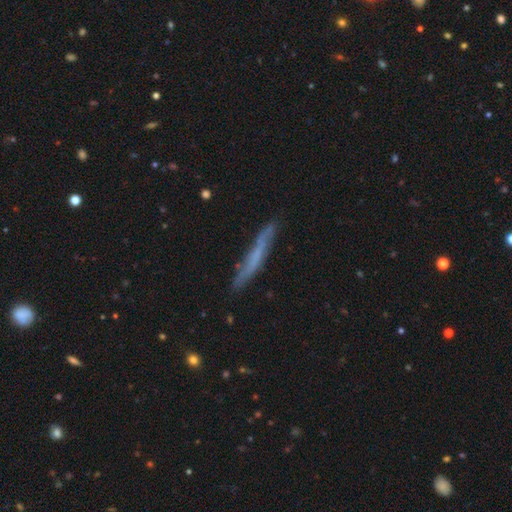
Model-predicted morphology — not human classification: A featured or disk galaxy (49%).

Vote fractions:
- Smooth or featured? featured or disk: 49% / smooth: 43% / star or artifact: 8%
- Merging? none: 79% / minor disturbance: 16% / major disturbance: 3% / merger: 2%